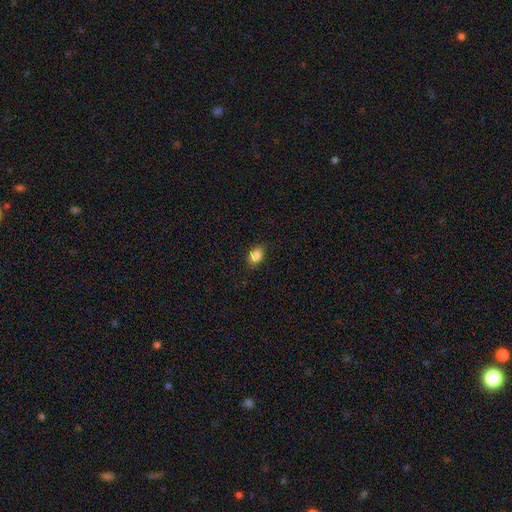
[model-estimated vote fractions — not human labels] Smooth or featured?
  - smooth: 86% *
  - star or artifact: 10%
  - featured or disk: 5%
How rounded?
  - in between: 77% *
  - round: 22%
  - cigar-shaped: 2%
Merging?
  - none: 84% *
  - minor disturbance: 13%
  - major disturbance: 3%
  - merger: 1%